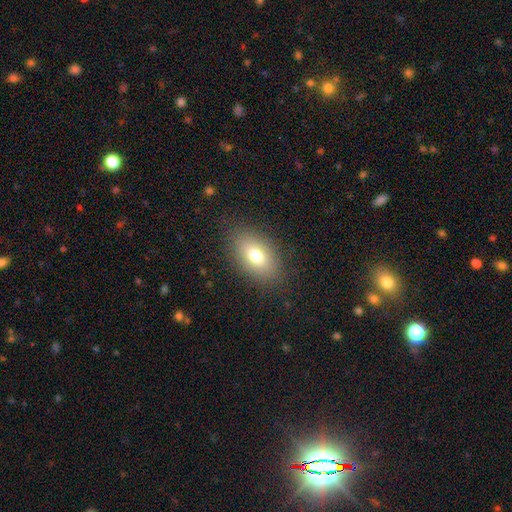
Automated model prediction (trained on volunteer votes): smooth 75%, featured or disk 14%, star or artifact 11%. Down the decision tree: how rounded — in between (88%); merging — none (85%).